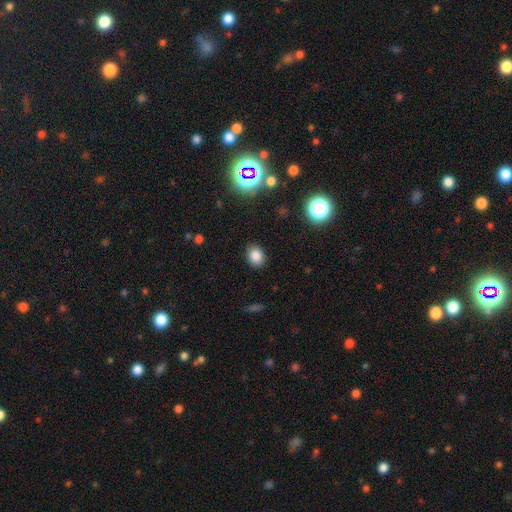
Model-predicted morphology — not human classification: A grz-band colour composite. It shows a smooth galaxy with no disk features (82%) that is round (50%). Merging: none (88%).